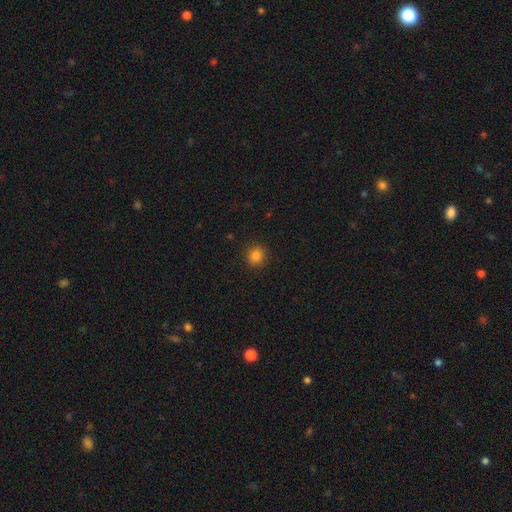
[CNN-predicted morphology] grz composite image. It shows a smooth galaxy with no disk features (84%) that is round (82%). Merging: none (90%).